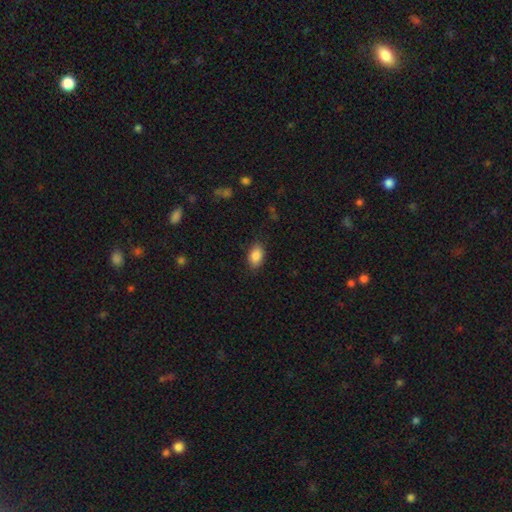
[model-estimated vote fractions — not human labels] smooth_or_featured: smooth (p=0.88) [alt: star or artifact p=0.07]
how_rounded: in between (p=0.90) [alt: round p=0.08]
merging: none (p=0.85) [alt: minor disturbance p=0.11]